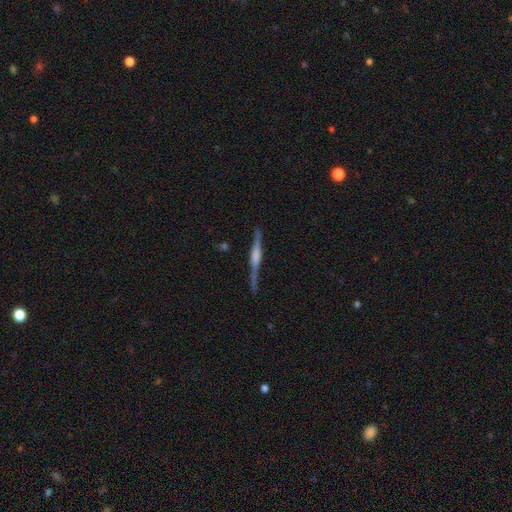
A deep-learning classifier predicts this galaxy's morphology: featured or disk 79%, smooth 15%, star or artifact 6%. Down the decision tree: edge-on disk — yes (97%); edge-on bulge — rounded (46%); merging — none (83%).